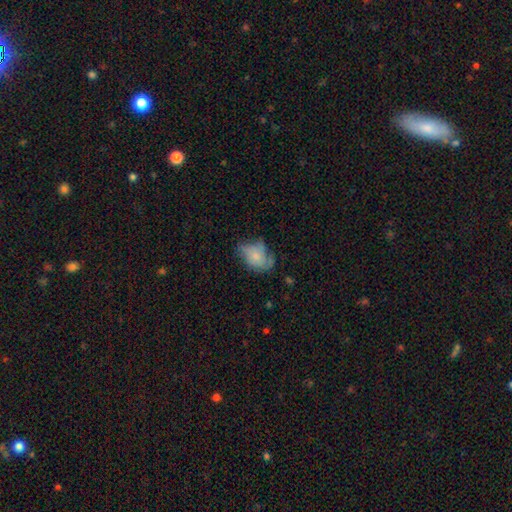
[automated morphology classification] smooth-or-featured: smooth: 66% | featured or disk: 25% | star or artifact: 9%
  how-rounded: in between: 77% | round: 21% | cigar-shaped: 1%
  merging: none: 40% | minor disturbance: 37% | major disturbance: 20% | merger: 3%